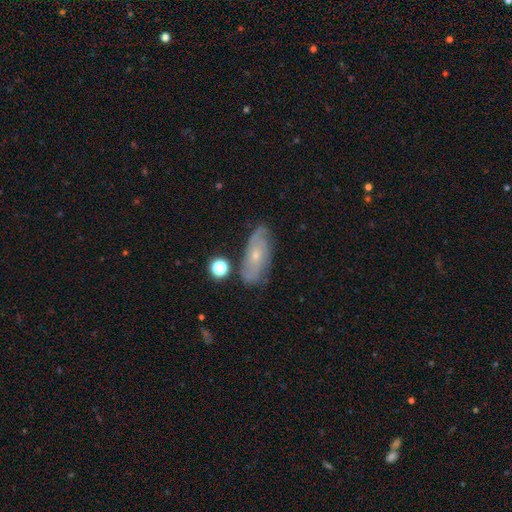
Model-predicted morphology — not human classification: Smooth or featured? featured or disk (64%)
Edge-on disk? no (87%)
Bar? no (78%)
Spiral arms? yes (81%)
Bulge size? small (70%)
Merging? none (72%)